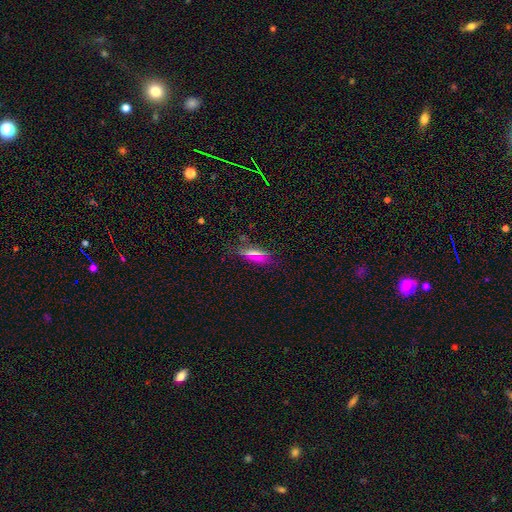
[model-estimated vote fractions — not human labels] This is likely a smooth galaxy (60%). How rounded: likely in between (64%). Merging: likely none (79%).